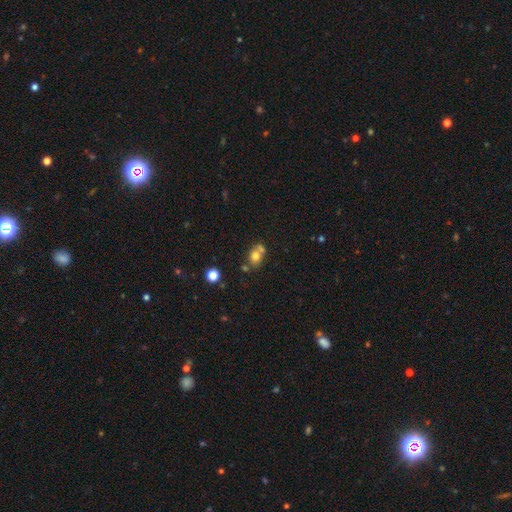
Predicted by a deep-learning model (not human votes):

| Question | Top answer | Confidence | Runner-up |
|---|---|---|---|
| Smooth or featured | smooth | 72% | featured or disk (14%) |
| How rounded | round | 57% | in between (42%) |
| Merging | none | 47% | merger (38%) |